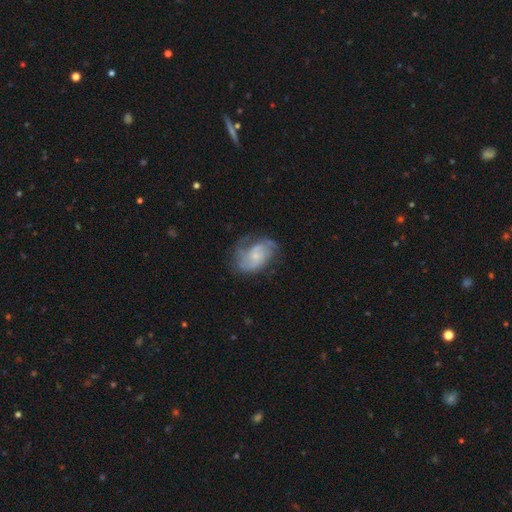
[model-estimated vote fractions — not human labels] This appears to be a featured or disk galaxy (72%) with no bar (68%), 2 (49%) medium (44%) spiral arms (88%) and a small central bulge (66%). Merging: none (55%).